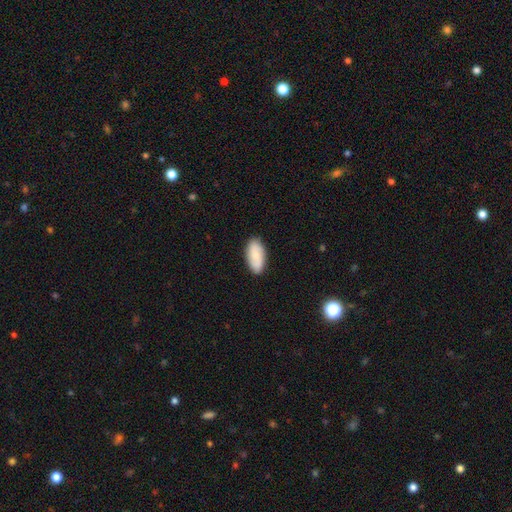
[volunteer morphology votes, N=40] smooth 85%, featured or disk 8%, star or artifact 8%. Down the decision tree: how rounded — in between (85%); merging — none (92%).